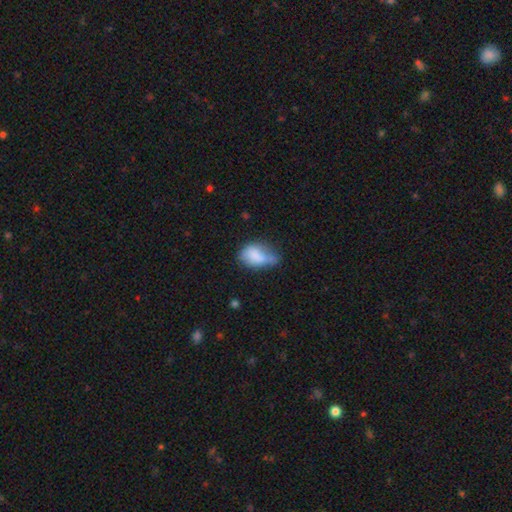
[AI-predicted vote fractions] Morphology: type=smooth (75%); roundness=in between (86%); merging=minor disturbance (37%).